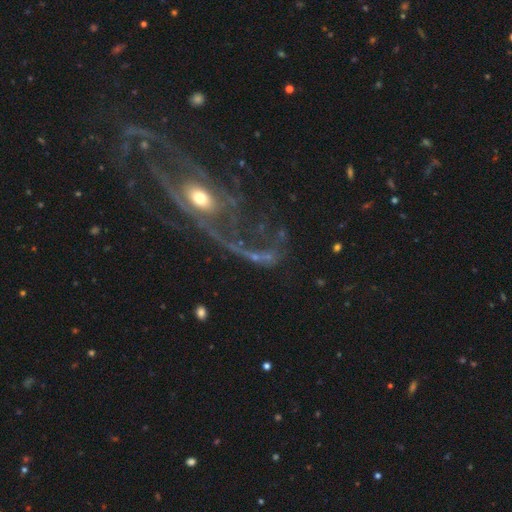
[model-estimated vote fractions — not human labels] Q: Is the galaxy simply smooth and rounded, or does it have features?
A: featured or disk — 70%.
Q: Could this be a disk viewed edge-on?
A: no — 92%.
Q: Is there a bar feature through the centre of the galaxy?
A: no — 63%.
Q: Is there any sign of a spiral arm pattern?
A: yes — 60%.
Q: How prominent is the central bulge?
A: moderate — 52%.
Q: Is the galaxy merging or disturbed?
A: major disturbance — 39%, tied with none.